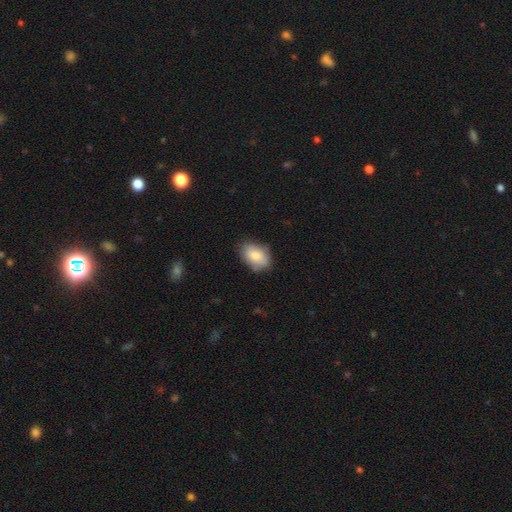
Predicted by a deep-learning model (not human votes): This appears to be a smooth galaxy with no disk features (83%) that is in between round and cigar-shaped (87%). Merging: none (74%).